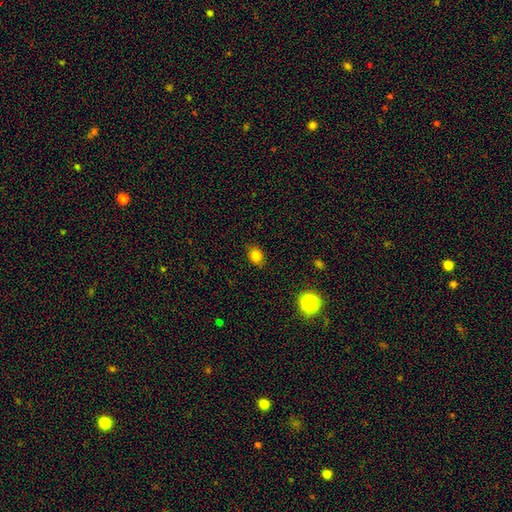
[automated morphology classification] smooth 81%, star or artifact 13%, featured or disk 6%. Down the decision tree: how rounded — in between (60%); merging — none (84%).